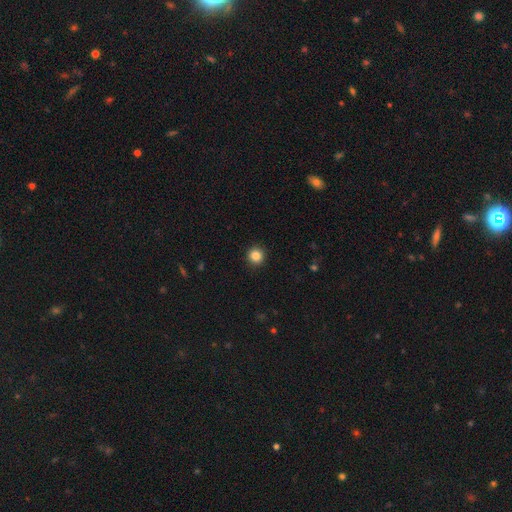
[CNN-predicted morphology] Smooth or featured?
  - smooth: 85% *
  - star or artifact: 11%
  - featured or disk: 4%
How rounded?
  - round: 95% *
  - in between: 4%
  - cigar-shaped: 1%
Merging?
  - none: 93% *
  - minor disturbance: 5%
  - major disturbance: 2%
  - merger: 1%